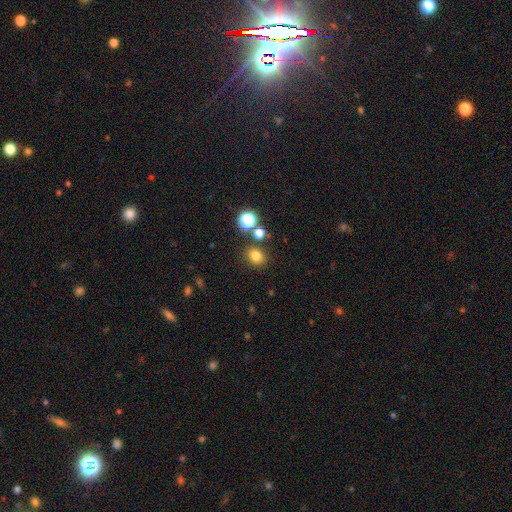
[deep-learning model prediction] A smooth galaxy with no disk features (78%) that is round (67%). Merging: none (80%).